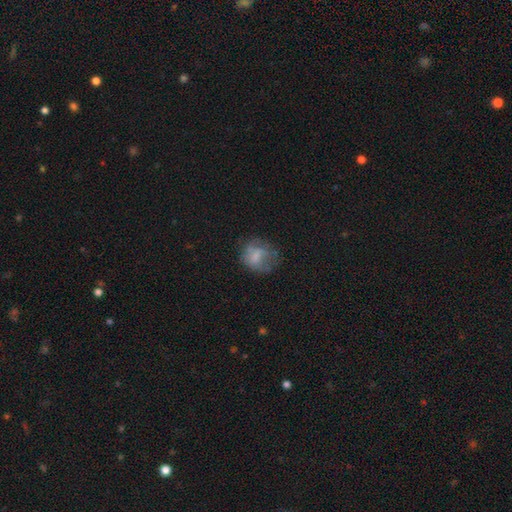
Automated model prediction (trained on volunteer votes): The model was most divided on "smooth or featured": smooth: 57%, featured or disk: 32%, star or artifact: 11%. More confident: how rounded — round (71%); merging — none (52%).